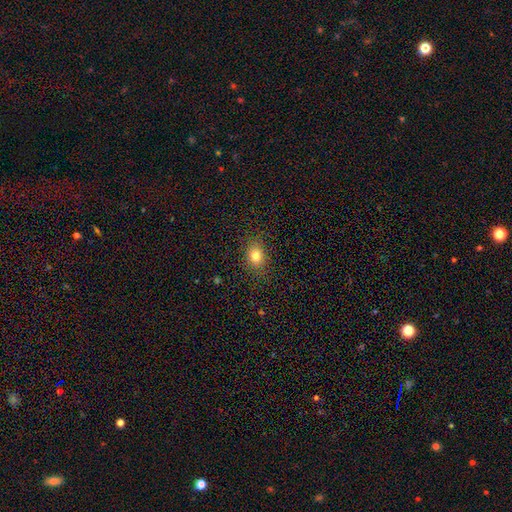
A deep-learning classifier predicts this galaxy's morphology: Overall: smooth (79%). How rounded: in between (55%; round 44%). Merging: none (85%).